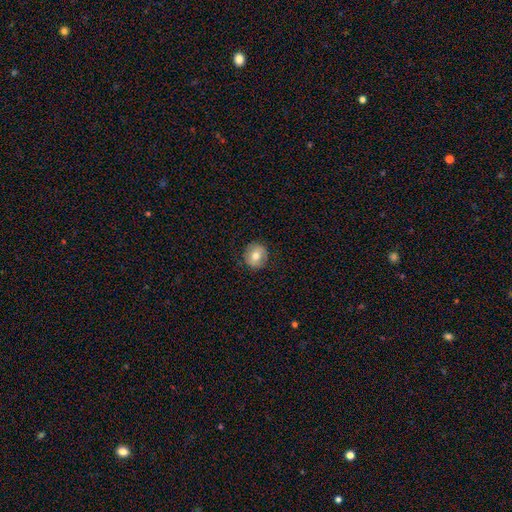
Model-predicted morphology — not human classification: smooth 69%, featured or disk 22%, star or artifact 8%. Down the decision tree: how rounded — round (87%); merging — none (86%).